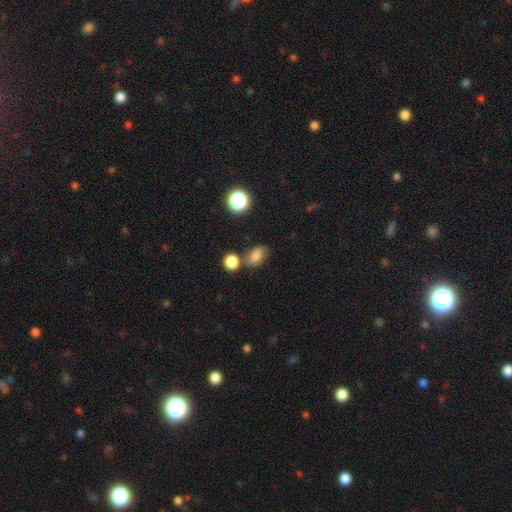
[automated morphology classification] Smooth or featured? Predicted: smooth (p=0.77). How rounded? Predicted: in between (p=0.78). Merging? Predicted: none (p=0.60).